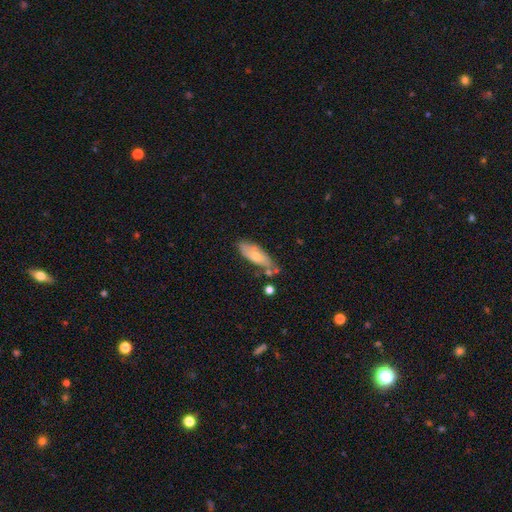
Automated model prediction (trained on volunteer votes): This is likely a smooth galaxy (63%). How rounded: likely in between (70%). Merging: possibly none (60%).